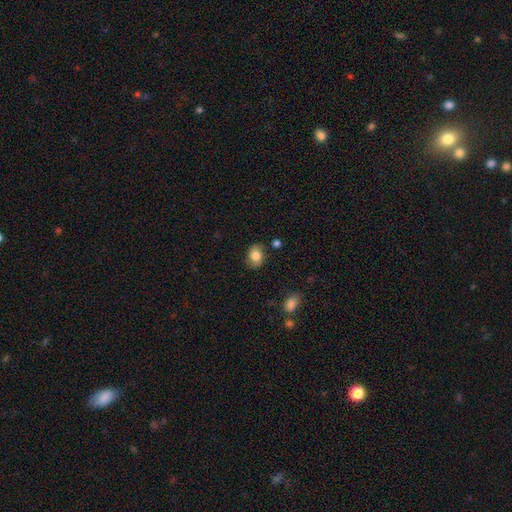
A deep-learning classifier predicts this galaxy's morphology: Overall: smooth (76%). How rounded: in between (69%; round 30%). Merging: none (76%).